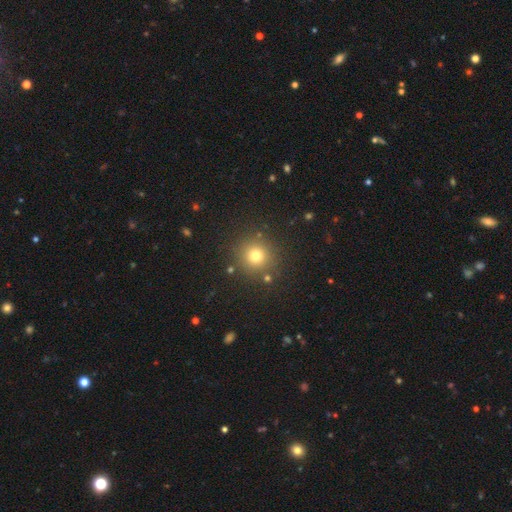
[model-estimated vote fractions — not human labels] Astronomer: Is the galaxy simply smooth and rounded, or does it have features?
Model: smooth — 74%.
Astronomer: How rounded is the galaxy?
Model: round — 94%.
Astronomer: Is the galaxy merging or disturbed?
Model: none — 88%.